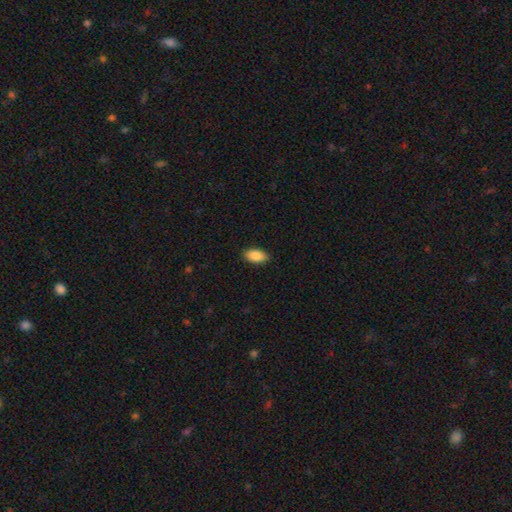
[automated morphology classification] Q: Smooth or featured?
A: smooth (88%); runner-up: star or artifact (7%)
Q: How rounded?
A: in between (93%); runner-up: cigar-shaped (3%)
Q: Merging?
A: none (89%); runner-up: minor disturbance (9%)